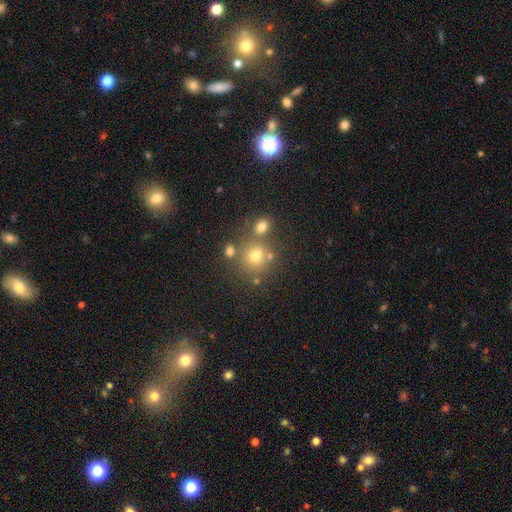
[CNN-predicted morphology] This appears to be a smooth galaxy with no disk features (69%) that is round (82%). Merging: none (59%).